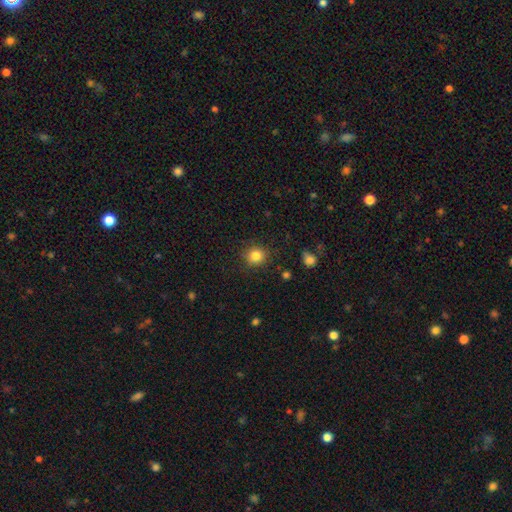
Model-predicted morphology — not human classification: This is clearly a smooth galaxy (84%). How rounded: clearly round (89%). Merging: clearly none (88%).